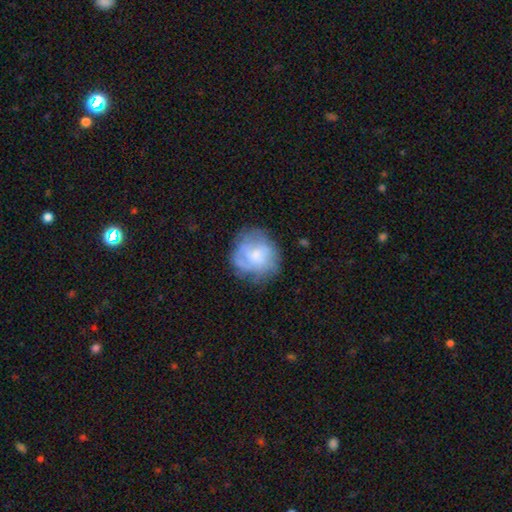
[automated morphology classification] featured or disk 47%, smooth 45%, star or artifact 8%. Down the decision tree: merging — none (63%).